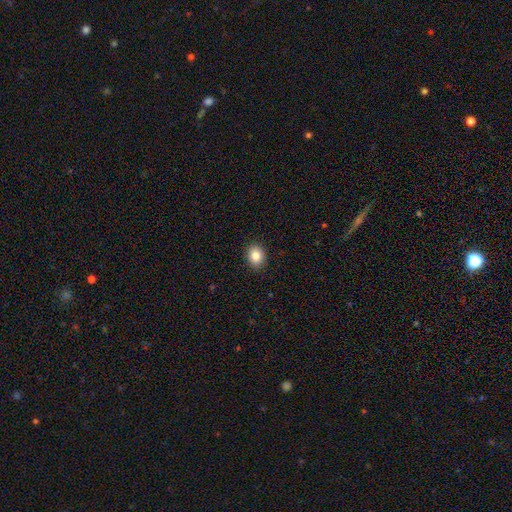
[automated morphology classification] This is clearly a smooth galaxy (84%). How rounded: possibly round (52%). Merging: clearly none (91%).